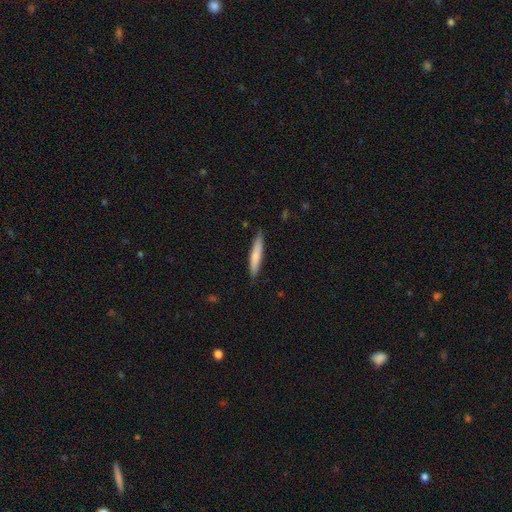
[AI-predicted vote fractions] Morphology: type=smooth (74%); roundness=cigar-shaped (92%); merging=none (87%).